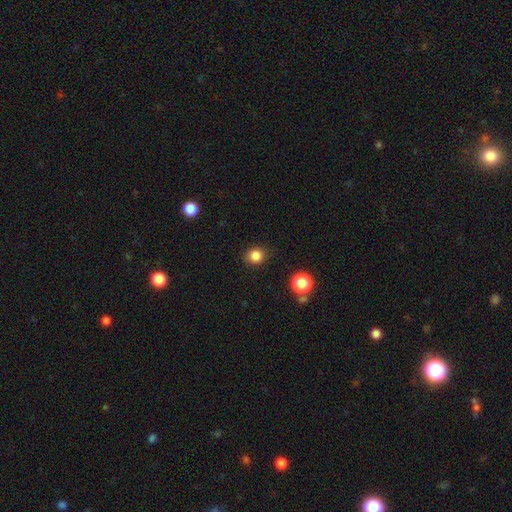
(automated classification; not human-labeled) smooth 84%, star or artifact 12%, featured or disk 4%. Down the decision tree: how rounded — round (80%); merging — none (85%).